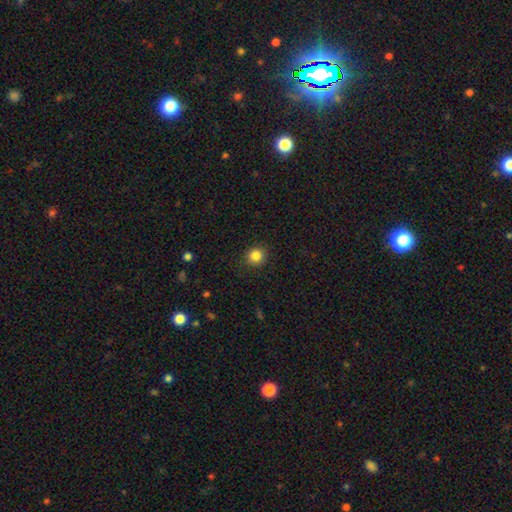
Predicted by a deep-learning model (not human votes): smooth 84%, star or artifact 11%, featured or disk 4%. Down the decision tree: how rounded — round (91%); merging — none (91%).